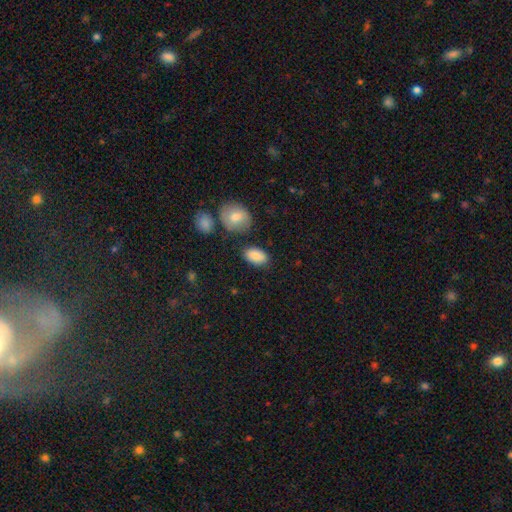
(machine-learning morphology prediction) smooth 86%, star or artifact 7%, featured or disk 7%. Down the decision tree: how rounded — in between (92%); merging — none (80%).